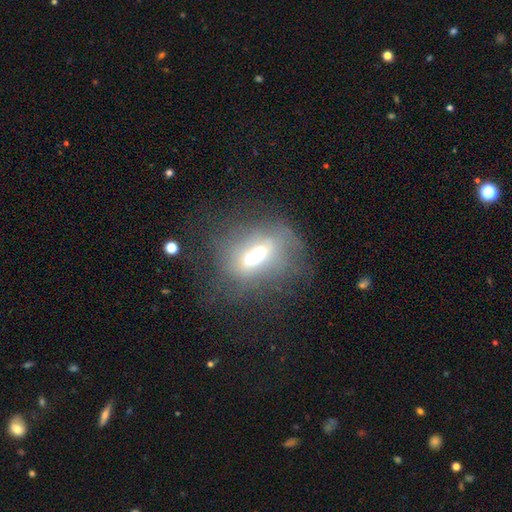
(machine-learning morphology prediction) Q: Smooth or featured?
A: featured or disk (51%); runner-up: smooth (34%)
Q: Edge-on disk?
A: no (65%); runner-up: yes (35%)
Q: Merging?
A: none (56%); runner-up: major disturbance (19%)